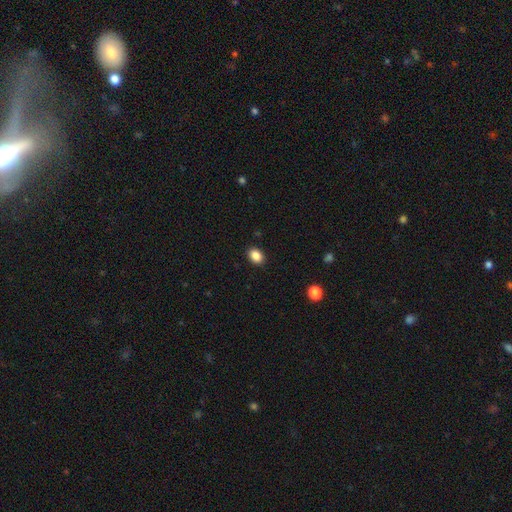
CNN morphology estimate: type=smooth (88%); roundness=in between (70%); merging=none (91%).